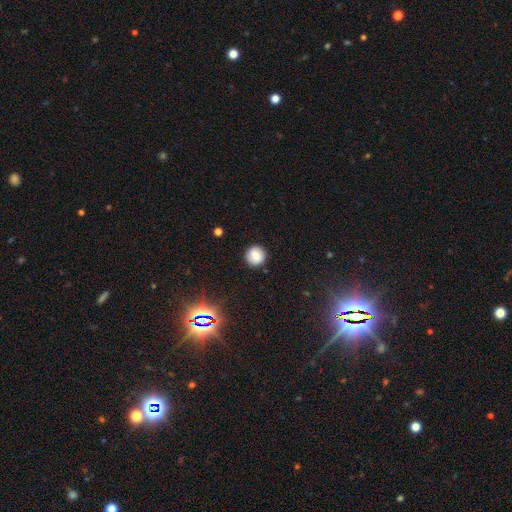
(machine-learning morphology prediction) smooth 78%, star or artifact 12%, featured or disk 10%. Down the decision tree: how rounded — round (94%); merging — none (90%).